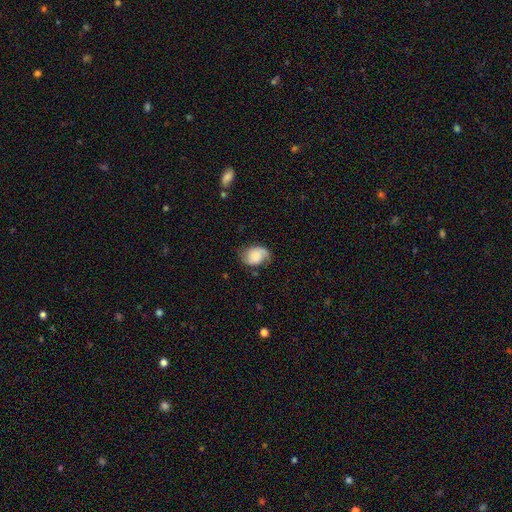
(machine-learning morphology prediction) This appears to be a smooth galaxy with no disk features (46%). Merging: none (62%).